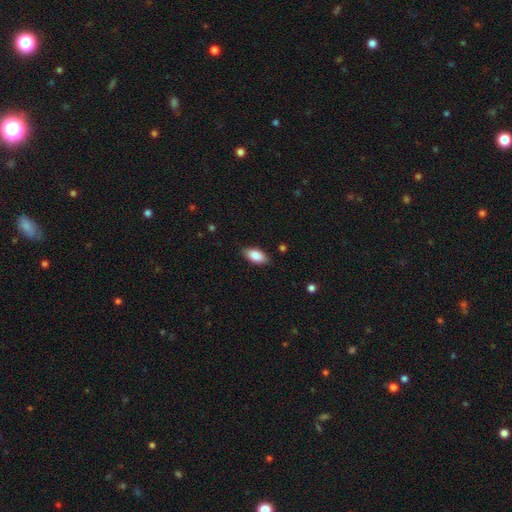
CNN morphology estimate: This appears to be a smooth galaxy with no disk features (86%) that is in between round and cigar-shaped (91%). Merging: none (86%).